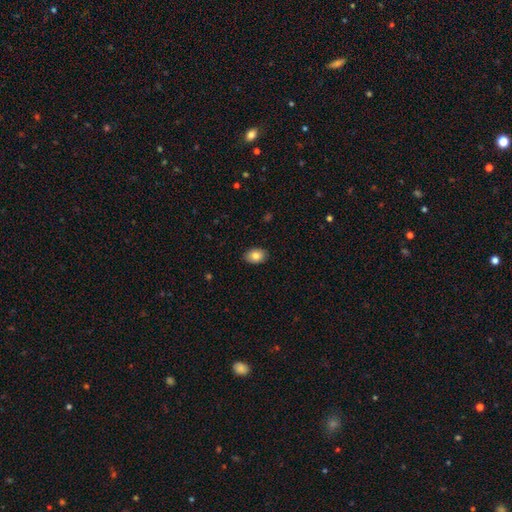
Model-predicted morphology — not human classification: type=smooth (84%); roundness=in between (82%); merging=none (87%).